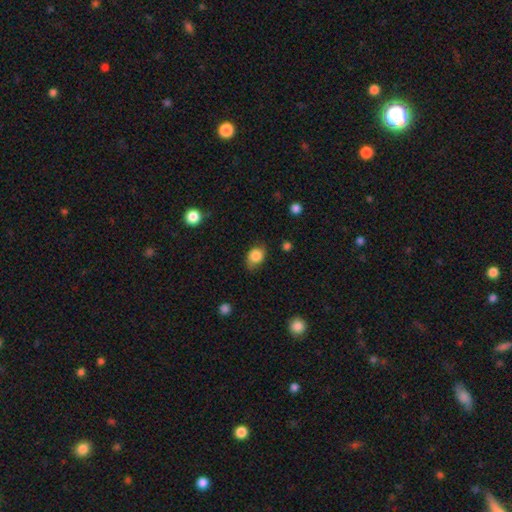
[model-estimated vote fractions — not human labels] Smooth or featured? Predicted: smooth (p=0.82). How rounded? Predicted: in between (p=0.59). Merging? Predicted: none (p=0.67).